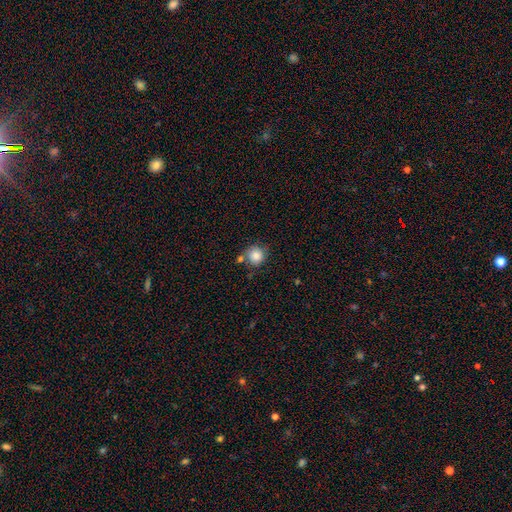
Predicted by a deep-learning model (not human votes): This is clearly a smooth galaxy (85%). How rounded: clearly round (91%). Merging: likely none (69%).